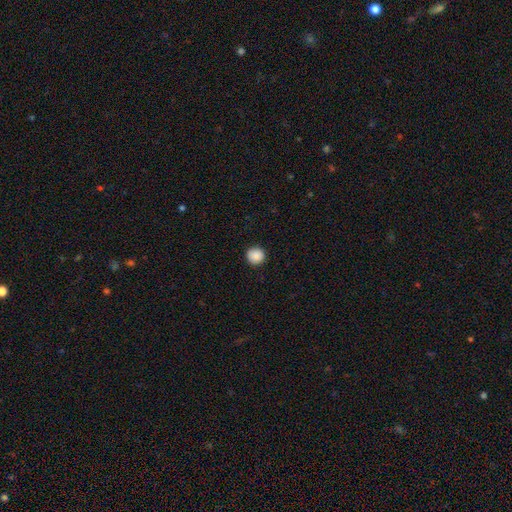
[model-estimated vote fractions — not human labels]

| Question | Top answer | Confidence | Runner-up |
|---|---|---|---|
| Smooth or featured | smooth | 89% | star or artifact (9%) |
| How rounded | round | 94% | in between (5%) |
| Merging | none | 91% | minor disturbance (7%) |